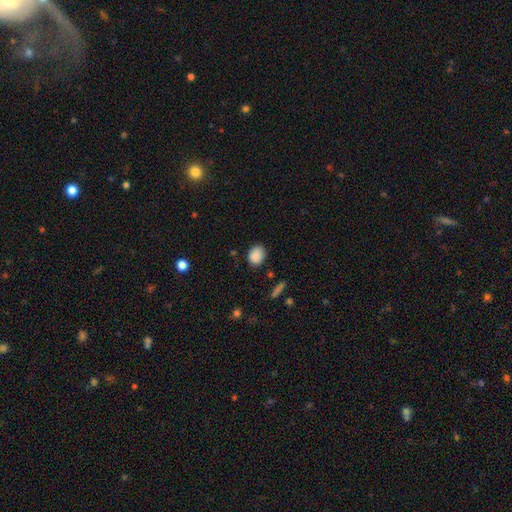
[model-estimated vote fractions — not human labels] This appears to be a smooth galaxy with no disk features (88%) that is in between round and cigar-shaped (52%). Merging: none (83%).